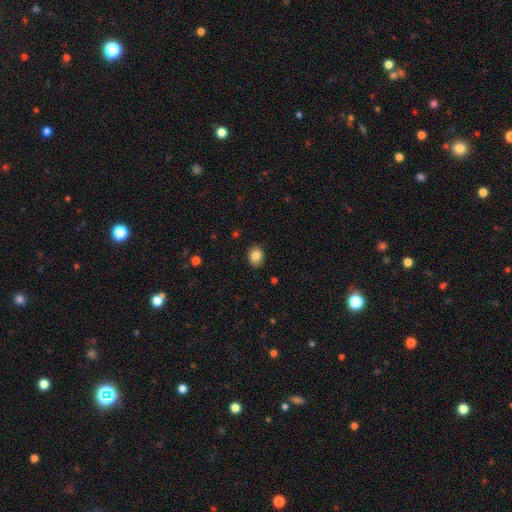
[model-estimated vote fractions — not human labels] smooth_or_featured: smooth (p=0.85) [alt: star or artifact p=0.09]
how_rounded: in between (p=0.55) [alt: round p=0.44]
merging: none (p=0.89) [alt: minor disturbance p=0.08]